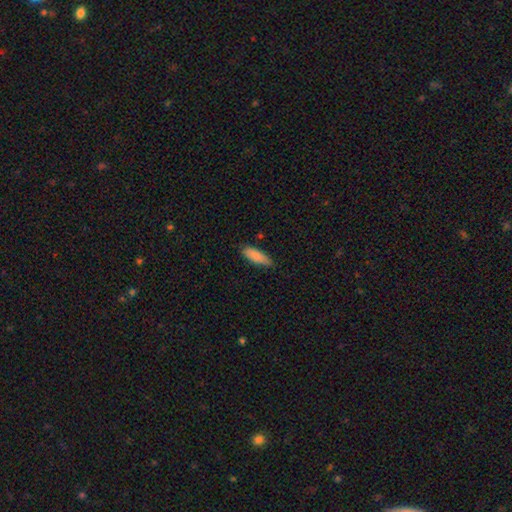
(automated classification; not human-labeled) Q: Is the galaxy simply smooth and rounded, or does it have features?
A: smooth — 86%.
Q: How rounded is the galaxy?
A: in between — 61%.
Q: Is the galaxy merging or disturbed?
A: none — 77%.